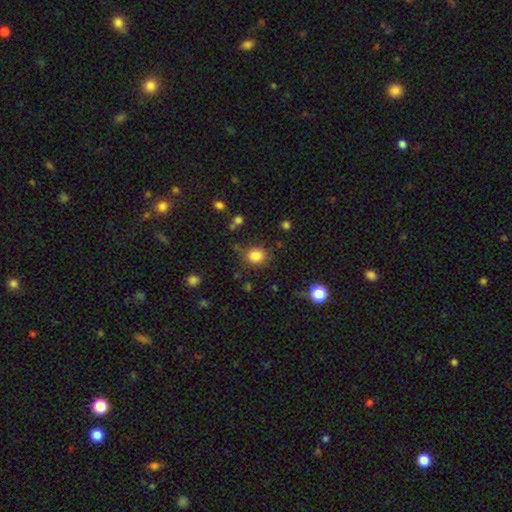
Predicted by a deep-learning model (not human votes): smooth-or-featured: smooth: 84% | star or artifact: 11% | featured or disk: 5%
  how-rounded: round: 80% | in between: 19% | cigar-shaped: 1%
  merging: none: 77% | minor disturbance: 14% | major disturbance: 5% | merger: 4%